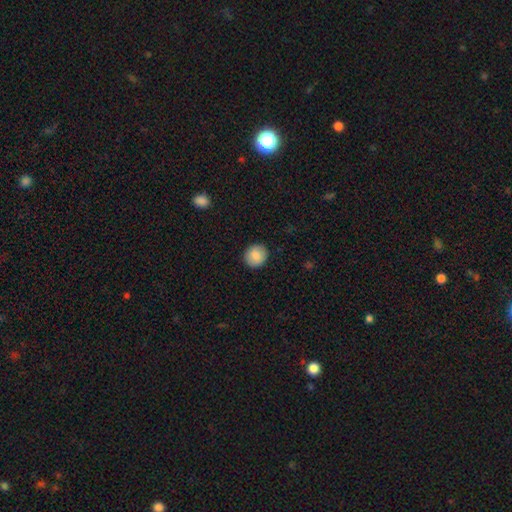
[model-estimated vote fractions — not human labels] A smooth galaxy with no disk features (87%) that is round (86%). Merging: none (91%).